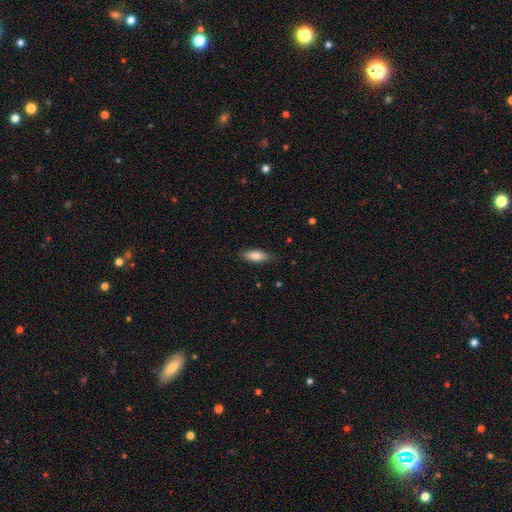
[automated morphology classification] Smooth or featured? Predicted: smooth (p=0.80). How rounded? Predicted: in between (p=0.65). Merging? Predicted: none (p=0.83).